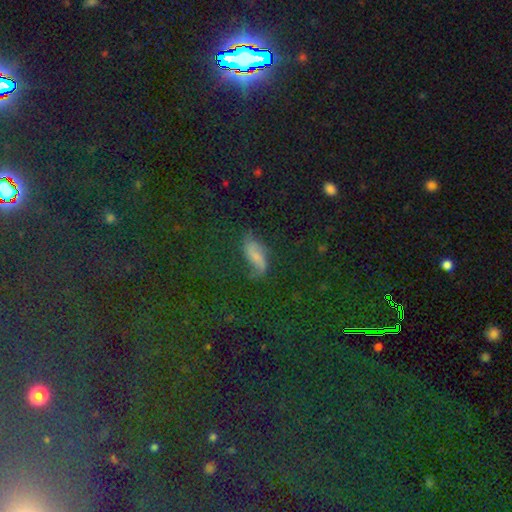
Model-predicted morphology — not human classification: Smooth or featured: smooth — 40% (featured or disk — 38%)
Merging: none — 56% (minor disturbance — 23%)